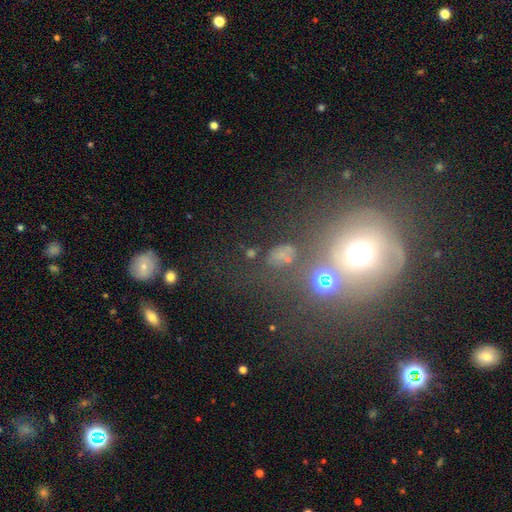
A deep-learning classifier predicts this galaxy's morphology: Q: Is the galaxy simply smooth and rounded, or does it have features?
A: smooth — 44%.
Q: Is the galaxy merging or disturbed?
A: none — 43%.